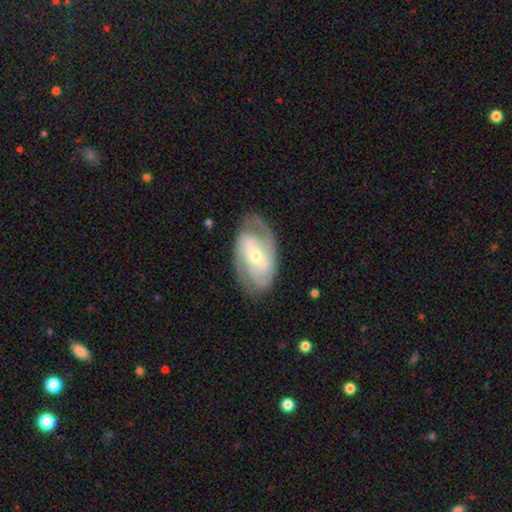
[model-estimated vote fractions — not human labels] Smooth or featured?
  - featured or disk: 81% *
  - smooth: 14%
  - star or artifact: 5%
Edge-on disk?
  - no: 95% *
  - yes: 5%
Bar?
  - weak: 41% *
  - strong: 32%
  - no: 26%
Spiral arms?
  - yes: 90% *
  - no: 10%
Spiral winding?
  - tight: 45% *
  - medium: 41%
  - loose: 15%
Spiral arm count?
  - 2: 67% *
  - can't tell: 17%
  - 3: 9%
  - 1: 3%
  - 4: 2%
  - more than 4: 2%
Bulge size?
  - small: 49% *
  - moderate: 47%
  - large: 2%
  - none: 1%
  - dominant: 1%
Merging?
  - none: 76% *
  - minor disturbance: 16%
  - major disturbance: 7%
  - merger: 1%